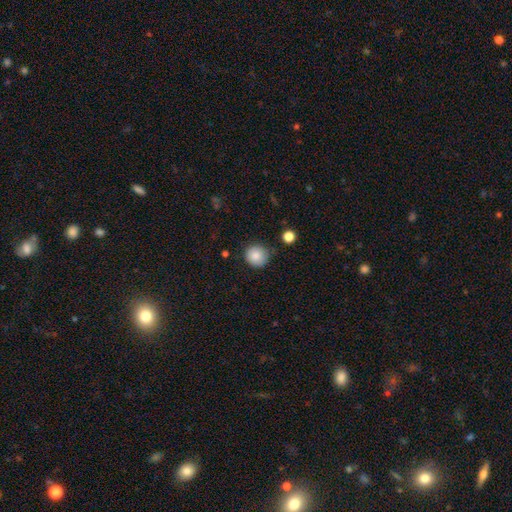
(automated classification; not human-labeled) Smooth or featured? smooth (86%)
How rounded? round (92%)
Merging? none (82%)